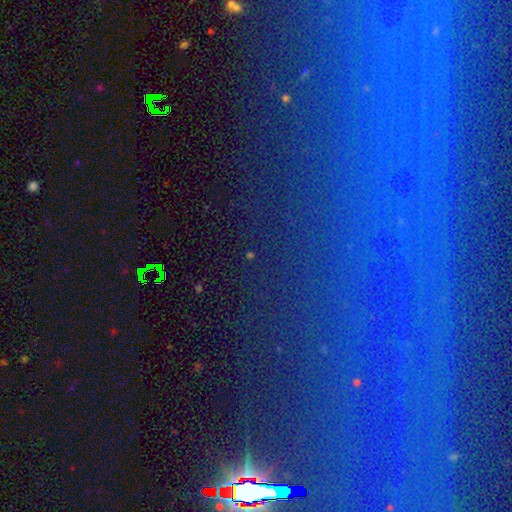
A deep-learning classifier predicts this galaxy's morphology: smooth_or_featured: star or artifact (p=0.80) [alt: smooth p=0.10]